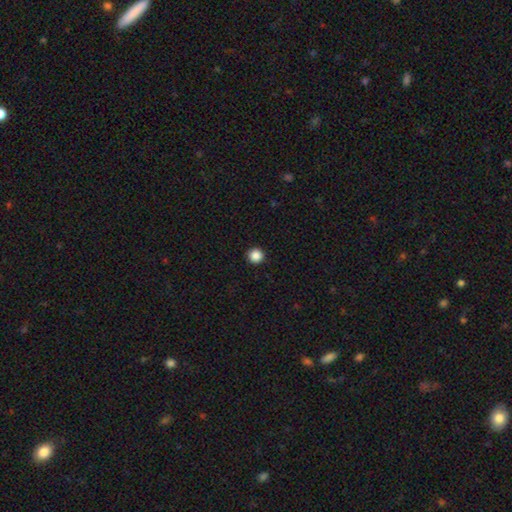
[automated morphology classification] Smooth or featured?
  - smooth: 87% *
  - star or artifact: 10%
  - featured or disk: 3%
How rounded?
  - round: 96% *
  - in between: 3%
  - cigar-shaped: 1%
Merging?
  - none: 94% *
  - minor disturbance: 4%
  - major disturbance: 1%
  - merger: 1%